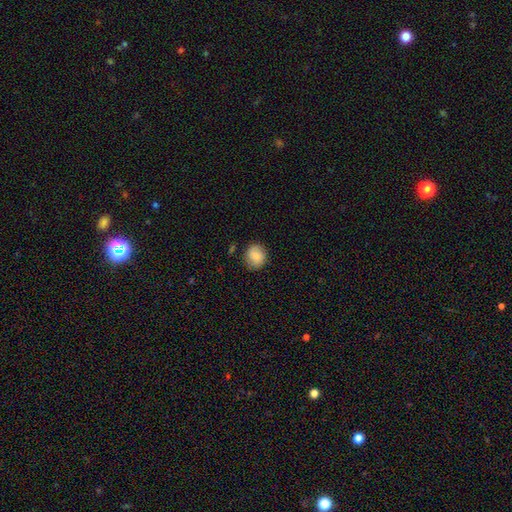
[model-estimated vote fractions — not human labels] This appears to be a smooth galaxy with no disk features (85%) that is round (76%). Merging: none (83%).